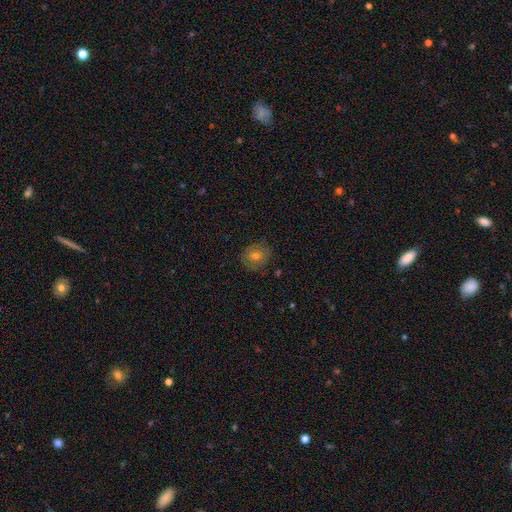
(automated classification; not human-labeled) A smooth galaxy with no disk features (58%) that is round (82%).

Vote fractions:
- Smooth or featured? smooth: 58% / featured or disk: 27% / star or artifact: 15%
- How rounded? round: 82% / in between: 17% / cigar-shaped: 1%
- Merging? none: 83% / minor disturbance: 12% / major disturbance: 3% / merger: 1%